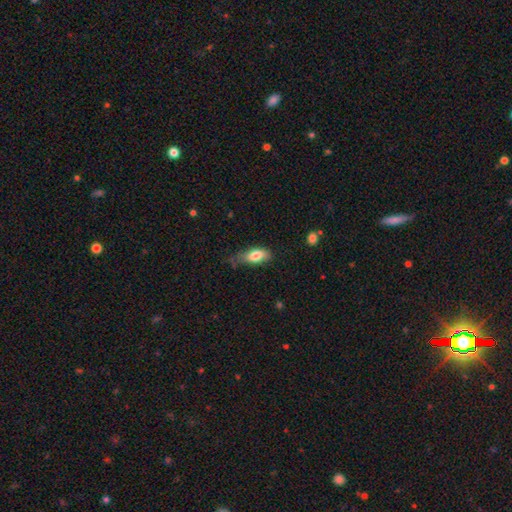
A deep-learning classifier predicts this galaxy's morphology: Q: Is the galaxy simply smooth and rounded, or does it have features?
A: smooth — 79%.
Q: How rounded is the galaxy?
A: in between — 83%.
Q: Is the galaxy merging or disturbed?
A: none — 43%.